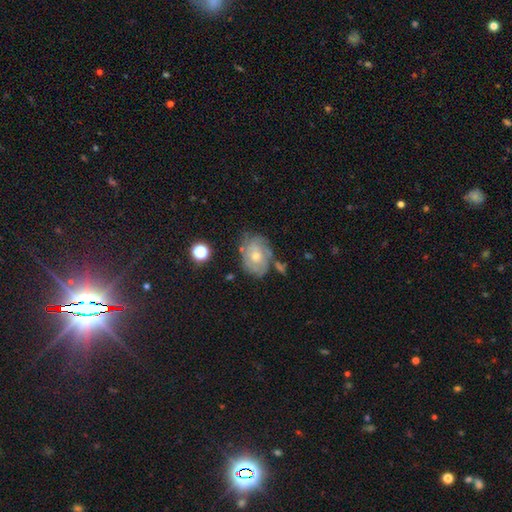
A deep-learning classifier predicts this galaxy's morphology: A featured or disk galaxy (63%) with no bar (79%), spiral arms (79%) and a moderate central bulge (50%). Merging: none (60%).